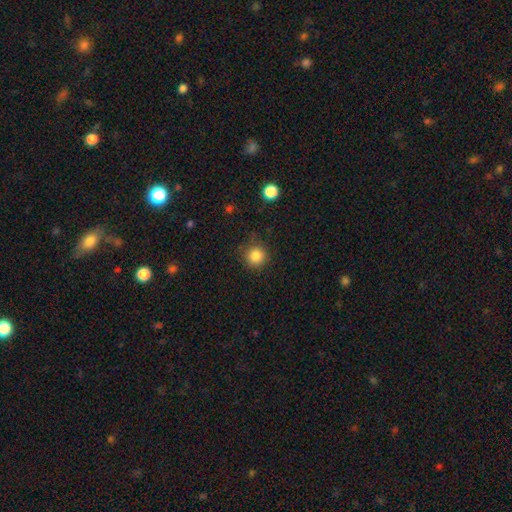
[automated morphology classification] Overall: smooth (85%). How rounded: round (94%). Merging: none (84%).